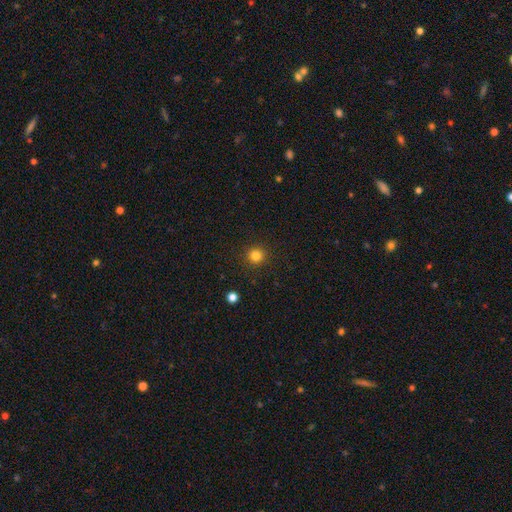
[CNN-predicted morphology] Overall: smooth (83%). How rounded: round (94%). Merging: none (91%).